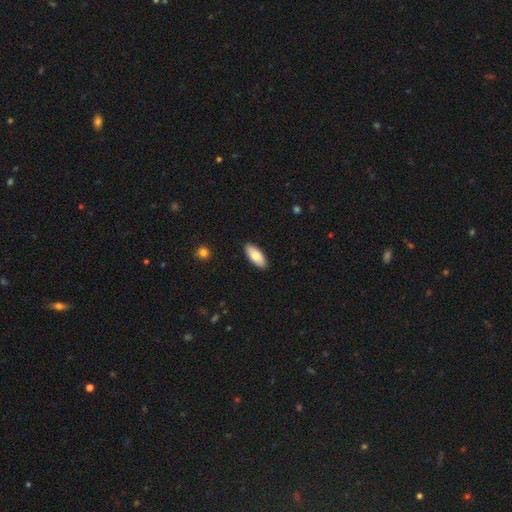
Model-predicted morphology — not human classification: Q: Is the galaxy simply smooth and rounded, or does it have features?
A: smooth — 79%.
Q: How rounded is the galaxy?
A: in between — 86%.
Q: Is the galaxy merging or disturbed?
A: none — 90%.